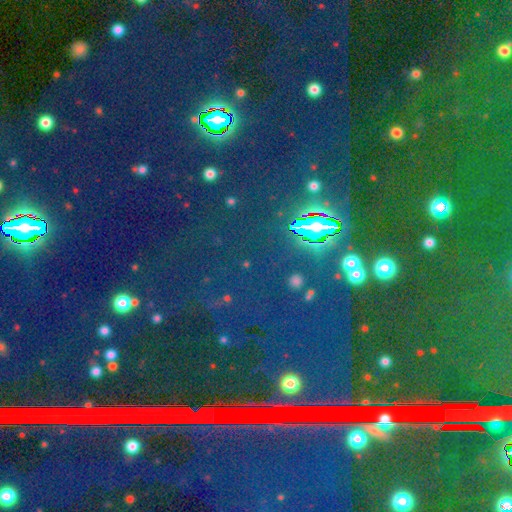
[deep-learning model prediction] Smooth or featured? star or artifact (82%)